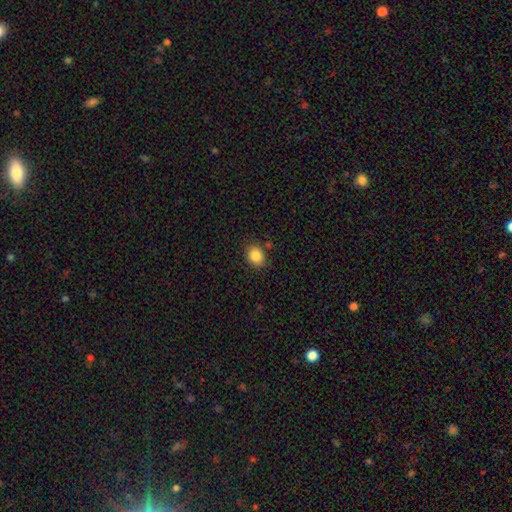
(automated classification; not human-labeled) Smooth or featured?
  - smooth: 85% *
  - star or artifact: 9%
  - featured or disk: 5%
How rounded?
  - round: 55% *
  - in between: 44%
  - cigar-shaped: 1%
Merging?
  - none: 80% *
  - minor disturbance: 14%
  - merger: 3%
  - major disturbance: 3%